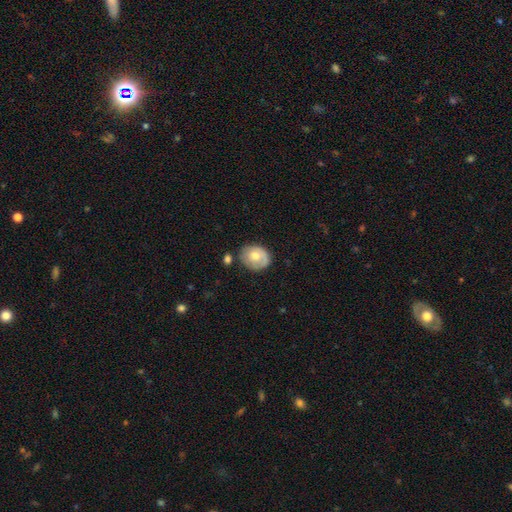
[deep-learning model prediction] Smooth or featured? smooth (55%)
How rounded? round (56%)
Merging? none (61%)